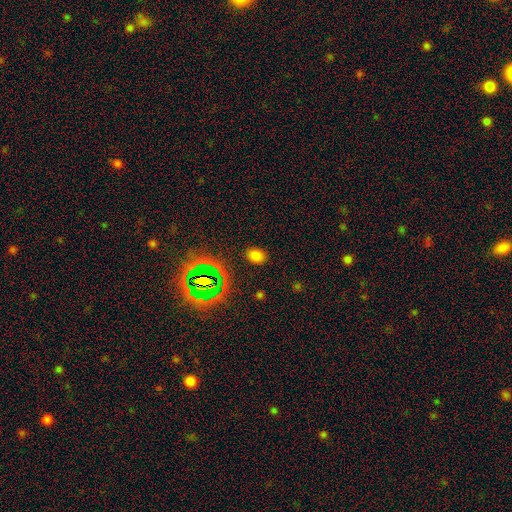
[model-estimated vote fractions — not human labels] A smooth galaxy with no disk features (73%) that is in between round and cigar-shaped (66%).

Vote fractions:
- Smooth or featured? smooth: 73% / star or artifact: 21% / featured or disk: 6%
- How rounded? in between: 66% / round: 33% / cigar-shaped: 1%
- Merging? none: 87% / minor disturbance: 9% / major disturbance: 3% / merger: 1%